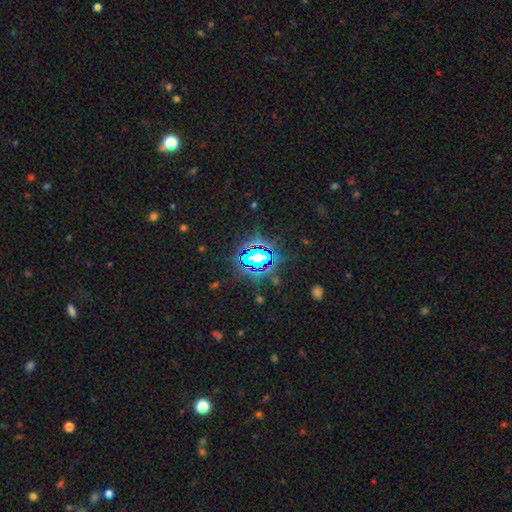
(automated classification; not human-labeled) Overall: star or artifact (82%).